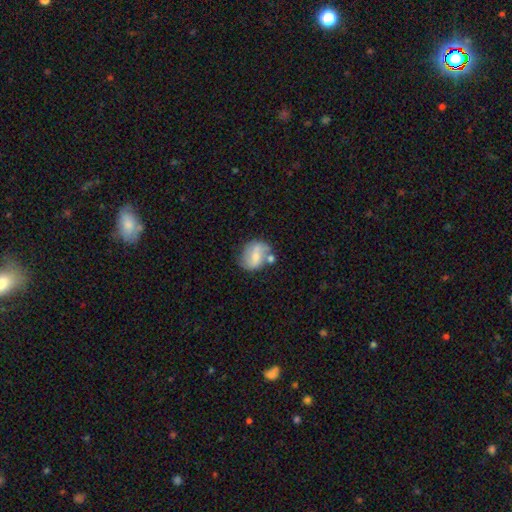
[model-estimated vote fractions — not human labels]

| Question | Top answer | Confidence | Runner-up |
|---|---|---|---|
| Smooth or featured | featured or disk | 52% | smooth (40%) |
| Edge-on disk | no | 97% | yes (3%) |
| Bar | weak | 45% | no (32%) |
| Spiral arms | yes | 76% | no (24%) |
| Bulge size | small | 46% | moderate (38%) |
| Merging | none | 54% | minor disturbance (21%) |